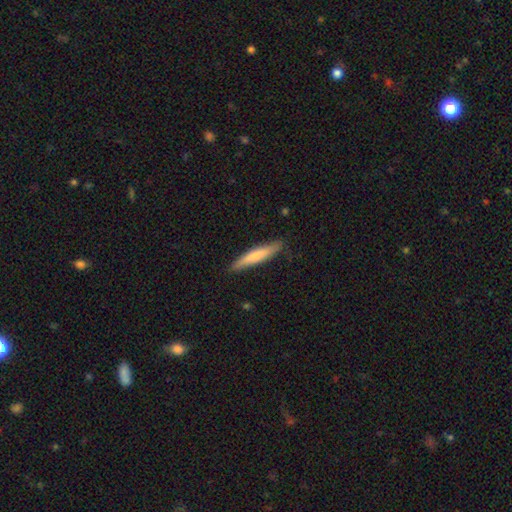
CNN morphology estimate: smooth_or_featured: smooth (p=0.70) [alt: featured or disk p=0.24]
how_rounded: cigar-shaped (p=0.90) [alt: in between p=0.09]
merging: none (p=0.87) [alt: minor disturbance p=0.10]